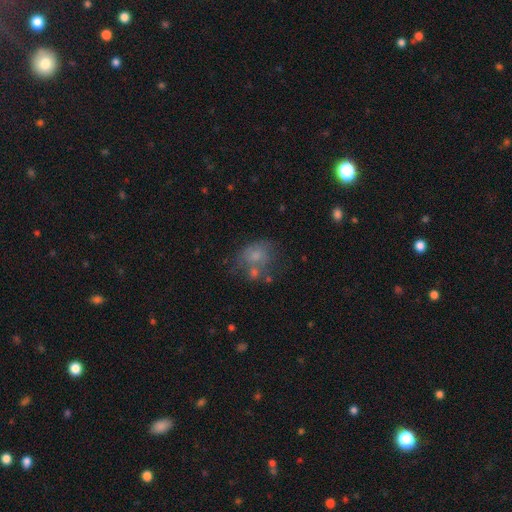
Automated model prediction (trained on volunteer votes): Smooth or featured? Predicted: smooth (p=0.63). How rounded? Predicted: in between (p=0.51). Merging? Predicted: none (p=0.37).